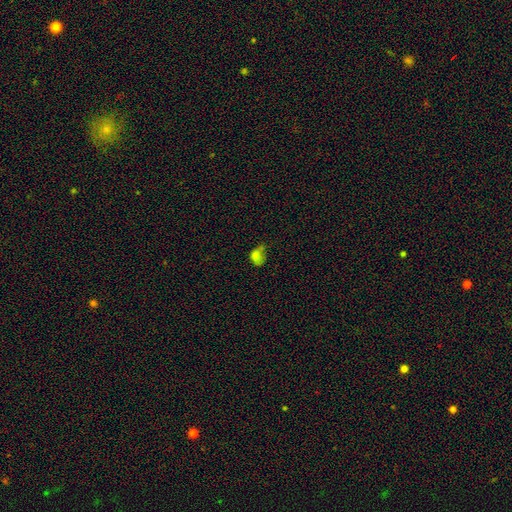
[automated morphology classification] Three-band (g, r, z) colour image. It shows a smooth galaxy with no disk features (72%) that is in between round and cigar-shaped (65%). Merging: minor disturbance (34%).